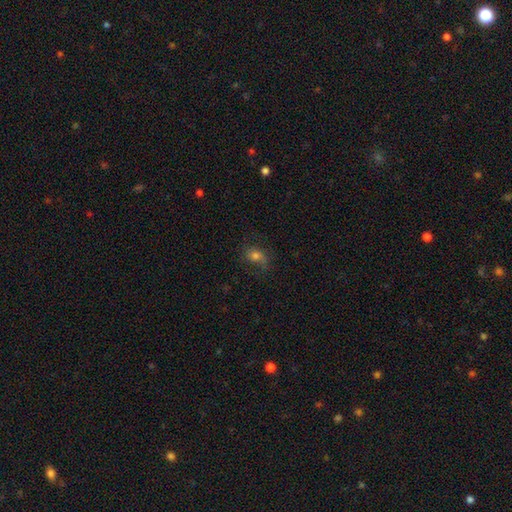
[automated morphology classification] Q: Smooth or featured?
A: smooth (52%); runner-up: featured or disk (32%)
Q: How rounded?
A: in between (58%); runner-up: round (40%)
Q: Merging?
A: none (61%); runner-up: minor disturbance (23%)